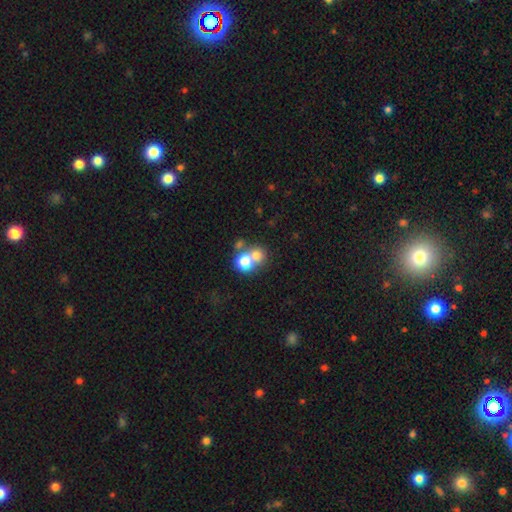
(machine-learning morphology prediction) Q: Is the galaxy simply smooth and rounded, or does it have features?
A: smooth — 71%.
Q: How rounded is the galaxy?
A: round — 78%.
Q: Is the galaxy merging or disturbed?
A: merger — 59%.